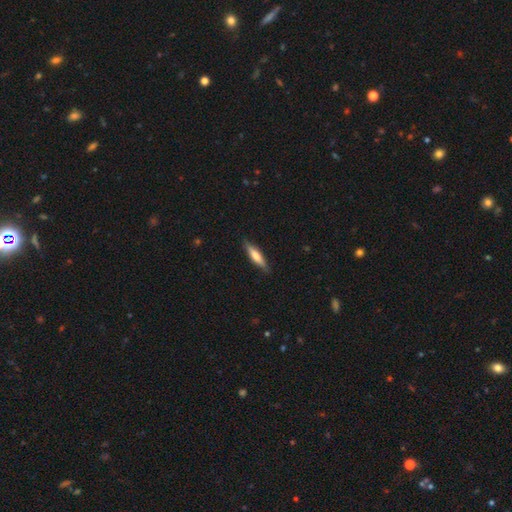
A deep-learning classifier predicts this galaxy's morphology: This appears to be a smooth galaxy with no disk features (58%) that is cigar-shaped (80%). Merging: none (87%).